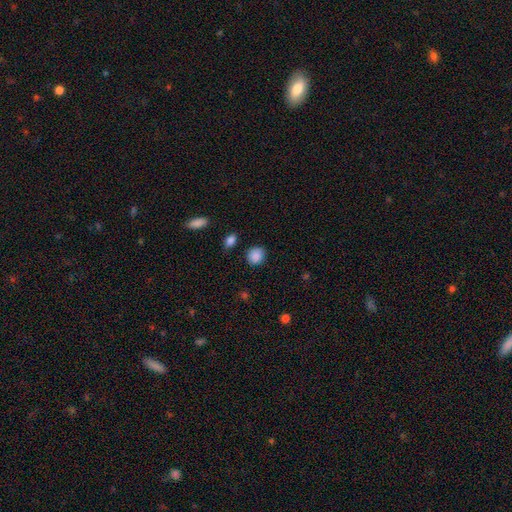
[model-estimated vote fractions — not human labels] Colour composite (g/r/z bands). It shows a smooth galaxy with no disk features (88%) that is round (81%). Merging: none (84%).